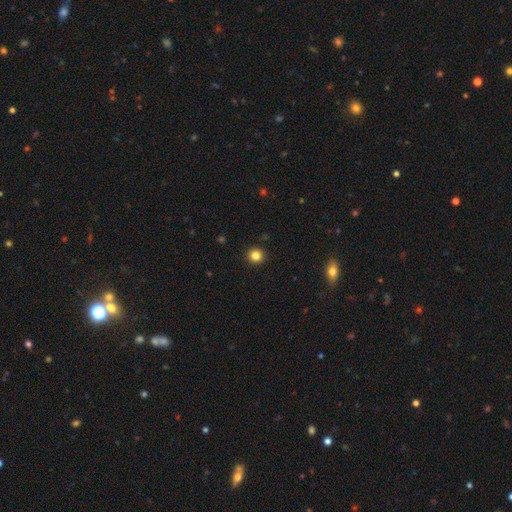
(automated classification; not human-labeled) A smooth galaxy with no disk features (83%) that is round (94%). Merging: none (93%).